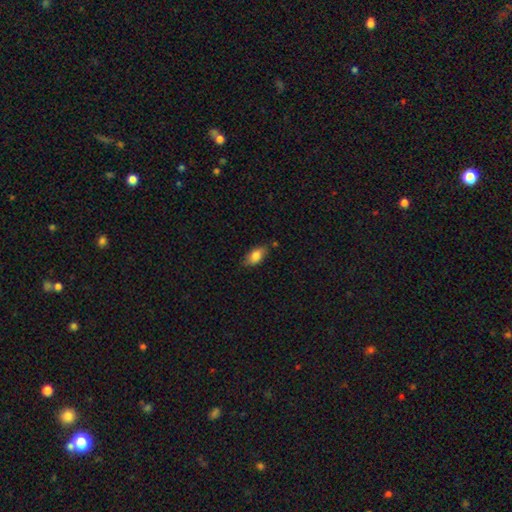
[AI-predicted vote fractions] smooth_or_featured: smooth (p=0.82) [alt: featured or disk p=0.11]
how_rounded: in between (p=0.89) [alt: cigar-shaped p=0.07]
merging: none (p=0.75) [alt: minor disturbance p=0.19]